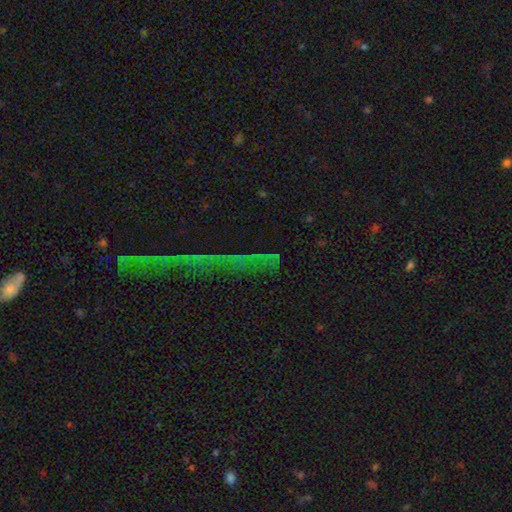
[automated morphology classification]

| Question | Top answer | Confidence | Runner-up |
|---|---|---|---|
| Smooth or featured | star or artifact | 74% | smooth (13%) |